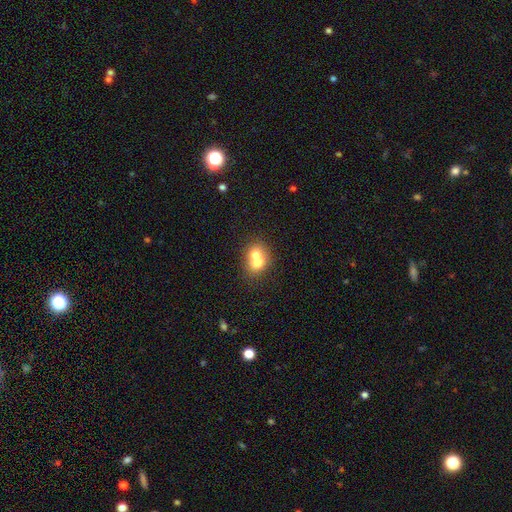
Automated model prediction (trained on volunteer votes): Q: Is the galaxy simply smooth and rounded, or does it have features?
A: smooth — 66%.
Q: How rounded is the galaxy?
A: round — 63%.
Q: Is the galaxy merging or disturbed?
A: merger — 70%.